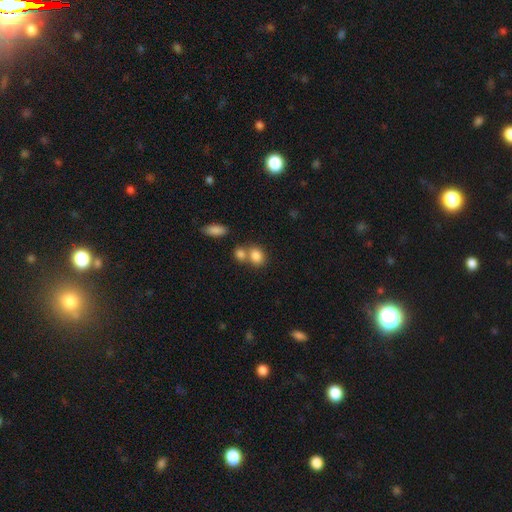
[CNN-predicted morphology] Smooth or featured?
  - smooth: 83% *
  - star or artifact: 9%
  - featured or disk: 8%
How rounded?
  - in between: 54% *
  - round: 44%
  - cigar-shaped: 2%
Merging?
  - none: 44% *
  - merger: 43%
  - minor disturbance: 9%
  - major disturbance: 4%